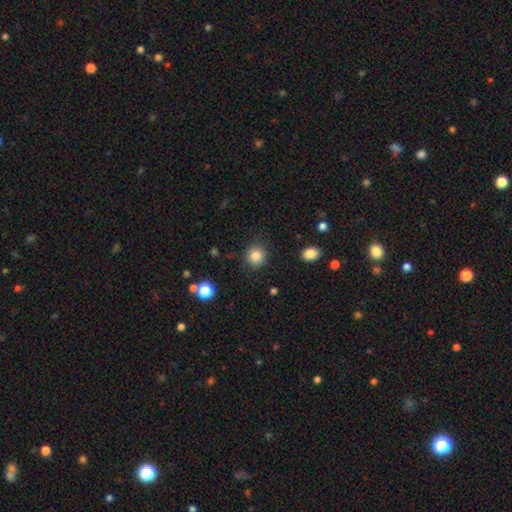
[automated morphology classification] Smooth or featured: smooth — 84% (star or artifact — 10%)
How rounded: round — 85% (in between — 14%)
Merging: none — 88% (minor disturbance — 8%)